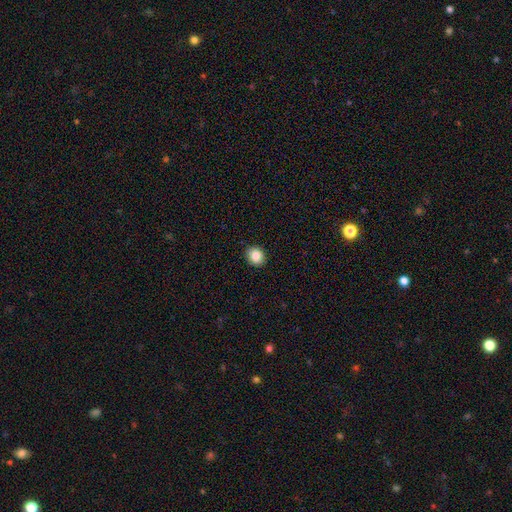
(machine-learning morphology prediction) Q: Smooth or featured?
A: smooth (86%); runner-up: star or artifact (9%)
Q: How rounded?
A: round (69%); runner-up: in between (30%)
Q: Merging?
A: none (91%); runner-up: minor disturbance (6%)